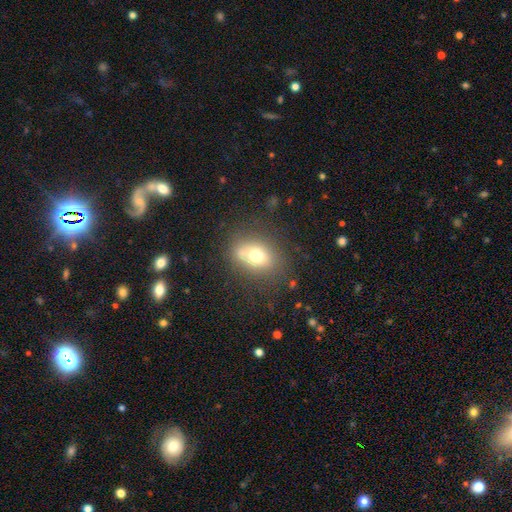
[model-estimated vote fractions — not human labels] This appears to be a smooth galaxy with no disk features (68%) that is in between round and cigar-shaped (62%). Merging: none (67%).